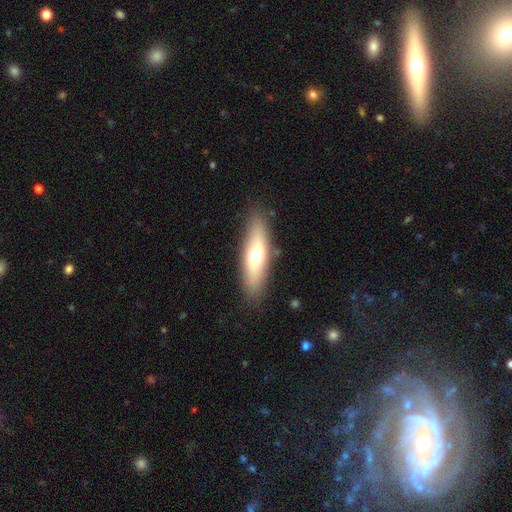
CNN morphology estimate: This is possibly a smooth galaxy (57%). How rounded: possibly cigar-shaped (59%). Merging: clearly none (86%).